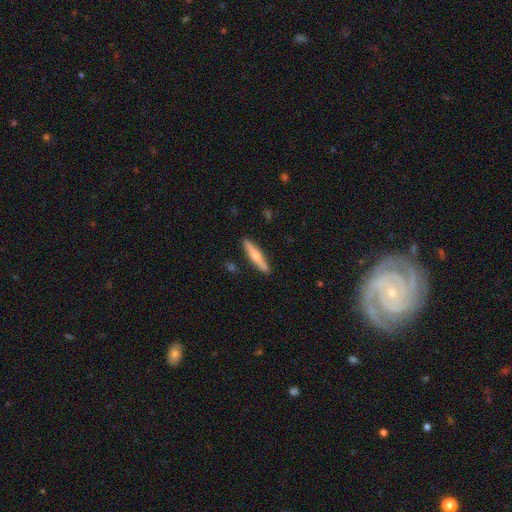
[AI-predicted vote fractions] Smooth or featured? Predicted: smooth (p=0.52). How rounded? Predicted: cigar-shaped (p=0.88). Merging? Predicted: none (p=0.90).